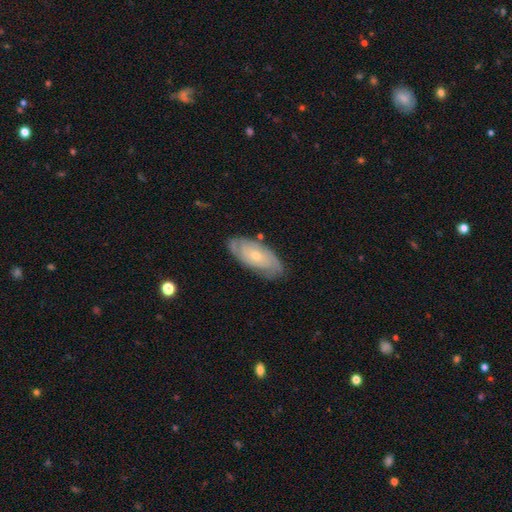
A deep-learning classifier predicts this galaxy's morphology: type=featured or disk (68%); edge-on=no (91%); bar=no (77%); spiral arms=yes (81%); winding=tight (67%); arm count=can't tell (44%); bulge=small (63%); merging=none (77%).